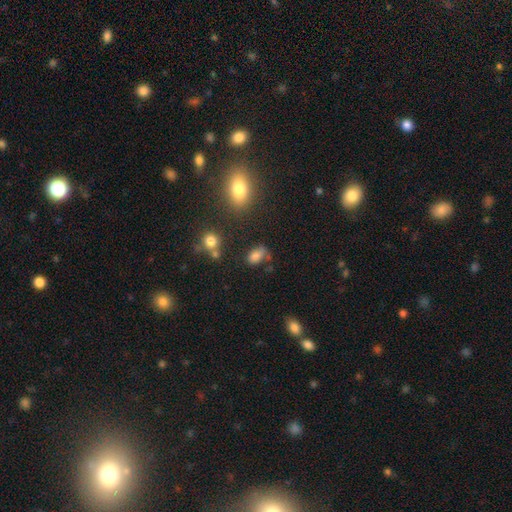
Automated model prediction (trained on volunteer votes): Smooth or featured? Predicted: smooth (p=0.80). How rounded? Predicted: in between (p=0.87). Merging? Predicted: none (p=0.52).